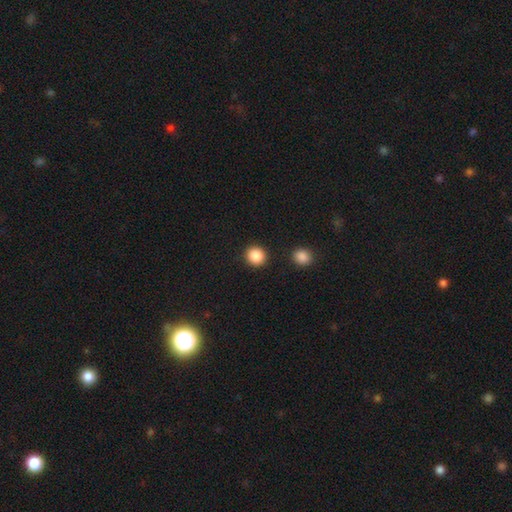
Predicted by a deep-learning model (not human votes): This is clearly a smooth galaxy (88%). How rounded: clearly round (90%). Merging: clearly none (90%).